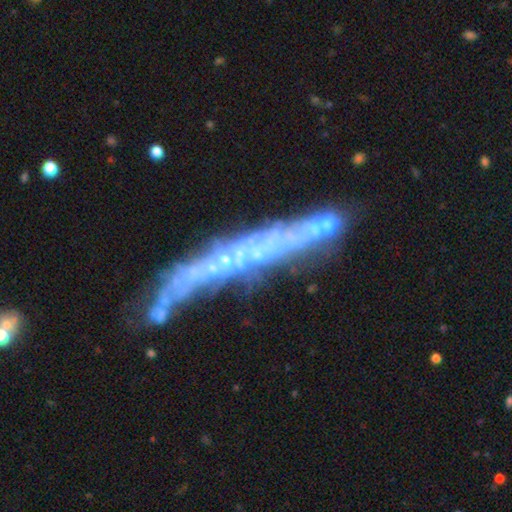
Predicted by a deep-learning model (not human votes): A featured or disk galaxy (47%).

Vote fractions:
- Smooth or featured? featured or disk: 47% / star or artifact: 29% / smooth: 24%
- Merging? merger: 38% / none: 32% / major disturbance: 17% / minor disturbance: 13%